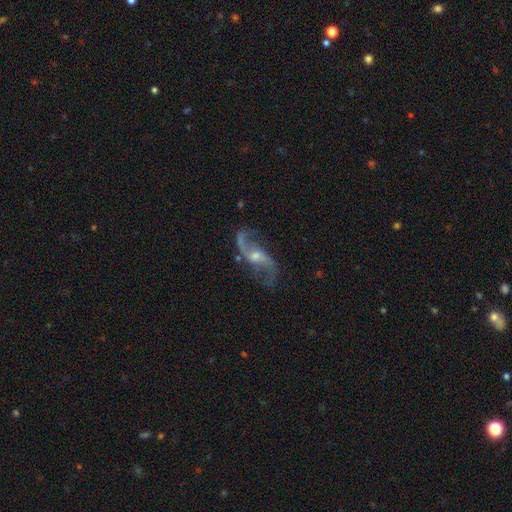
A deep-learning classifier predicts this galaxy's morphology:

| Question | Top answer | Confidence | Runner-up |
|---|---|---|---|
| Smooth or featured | featured or disk | 90% | star or artifact (6%) |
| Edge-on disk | no | 95% | yes (5%) |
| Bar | no | 46% | weak (41%) |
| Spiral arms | yes | 97% | no (3%) |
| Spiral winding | loose | 80% | medium (16%) |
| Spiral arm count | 2 | 93% | can't tell (2%) |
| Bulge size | moderate | 47% | small (45%) |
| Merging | none | 76% | minor disturbance (14%) |